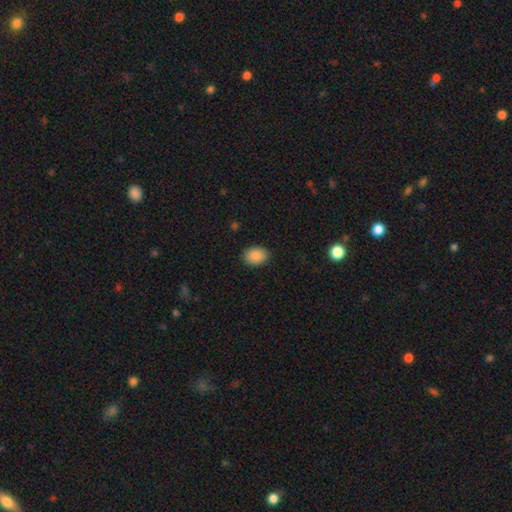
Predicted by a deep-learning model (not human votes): Q: Smooth or featured?
A: smooth (89%); runner-up: star or artifact (8%)
Q: How rounded?
A: in between (70%); runner-up: round (29%)
Q: Merging?
A: none (88%); runner-up: minor disturbance (9%)